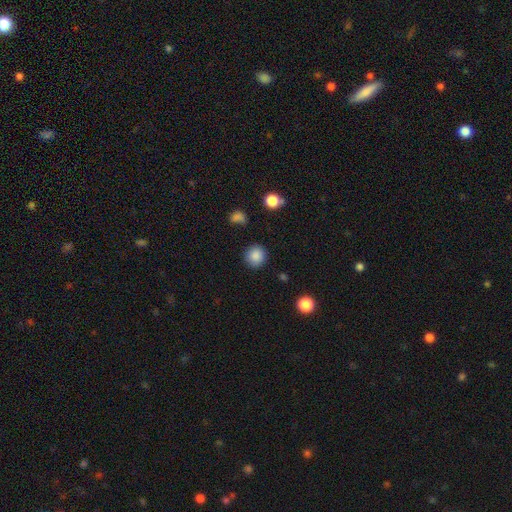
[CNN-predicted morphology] Smooth or featured: smooth — 87% (star or artifact — 10%)
How rounded: round — 90% (in between — 9%)
Merging: none — 88% (minor disturbance — 8%)